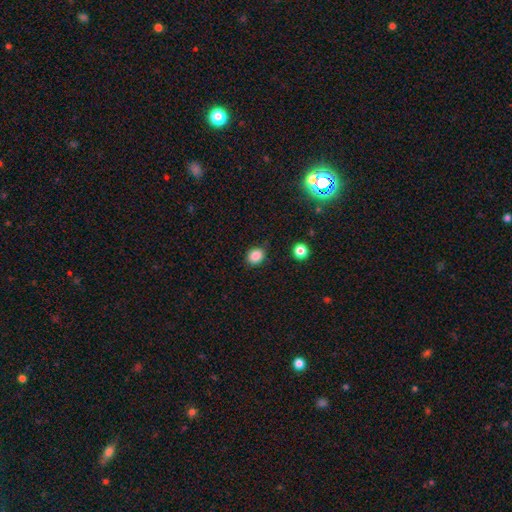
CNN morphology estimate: A smooth galaxy with no disk features (86%) that is round (59%).

Vote fractions:
- Smooth or featured? smooth: 86% / star or artifact: 11% / featured or disk: 4%
- How rounded? round: 59% / in between: 40% / cigar-shaped: 1%
- Merging? none: 82% / minor disturbance: 12% / major disturbance: 3% / merger: 2%